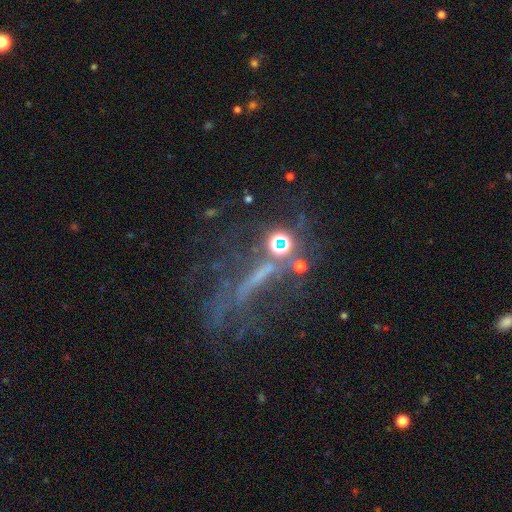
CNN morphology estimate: Overall: featured or disk (44%; star or artifact 39%). Merging: none (40%; major disturbance 33%).